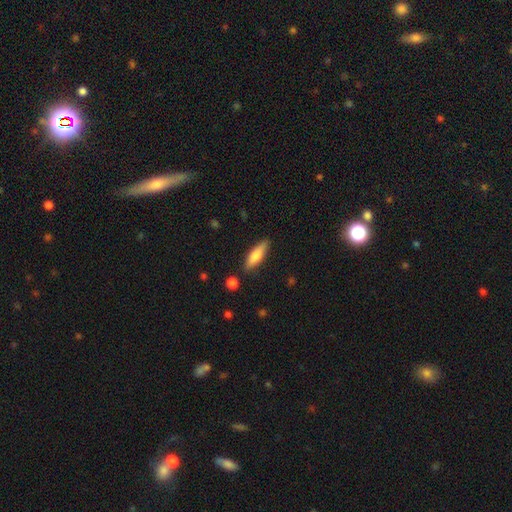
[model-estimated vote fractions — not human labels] Smooth or featured?
  - smooth: 68% *
  - featured or disk: 26%
  - star or artifact: 6%
How rounded?
  - cigar-shaped: 59% *
  - in between: 39%
  - round: 2%
Merging?
  - none: 85% *
  - minor disturbance: 11%
  - major disturbance: 2%
  - merger: 2%